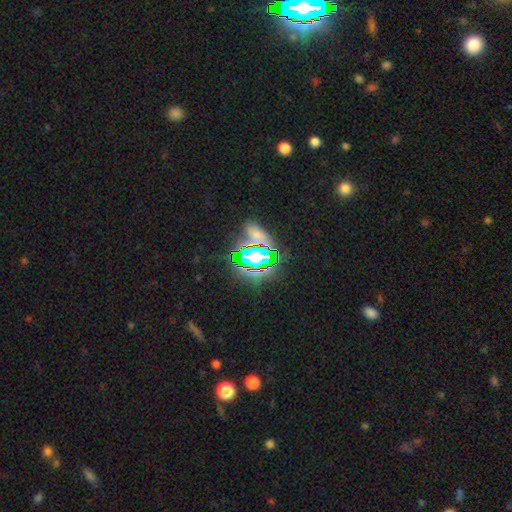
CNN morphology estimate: This appears to be a star or artifact, not a galaxy (63%).